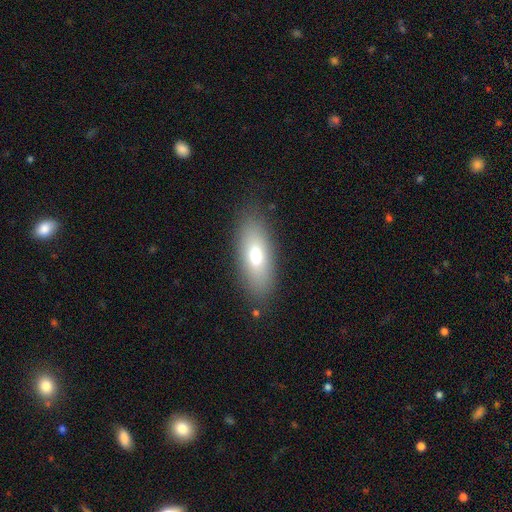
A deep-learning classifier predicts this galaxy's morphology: Smooth or featured?
  - smooth: 71% *
  - featured or disk: 20%
  - star or artifact: 9%
How rounded?
  - in between: 77% *
  - cigar-shaped: 20%
  - round: 3%
Merging?
  - none: 84% *
  - minor disturbance: 11%
  - major disturbance: 4%
  - merger: 1%